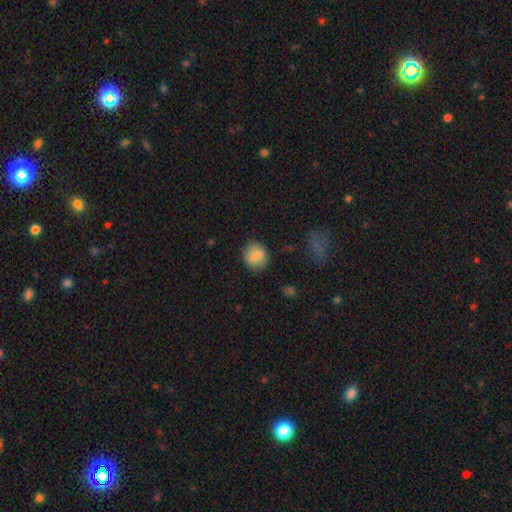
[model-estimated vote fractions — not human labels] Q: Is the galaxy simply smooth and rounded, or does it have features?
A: smooth — 74%.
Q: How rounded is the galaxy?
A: round — 77%.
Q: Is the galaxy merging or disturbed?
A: none — 84%.